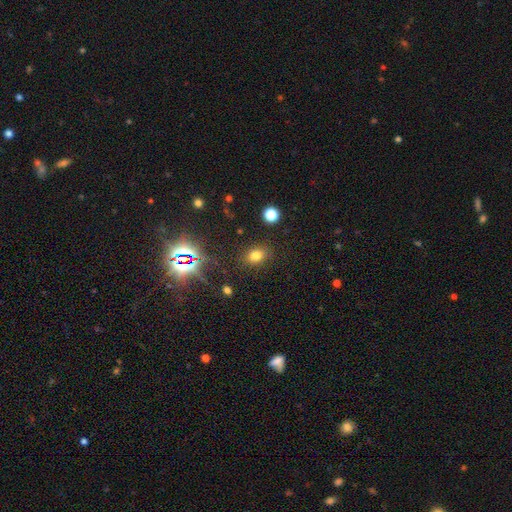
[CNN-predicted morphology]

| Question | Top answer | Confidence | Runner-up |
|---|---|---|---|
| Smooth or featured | smooth | 73% | star or artifact (20%) |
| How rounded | in between | 64% | round (35%) |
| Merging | none | 84% | minor disturbance (10%) |